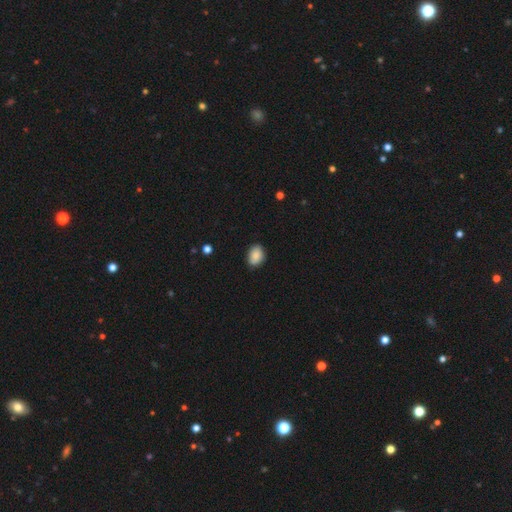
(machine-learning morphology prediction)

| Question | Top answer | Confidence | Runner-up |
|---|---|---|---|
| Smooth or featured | smooth | 87% | star or artifact (8%) |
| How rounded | in between | 75% | round (24%) |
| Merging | none | 80% | minor disturbance (16%) |